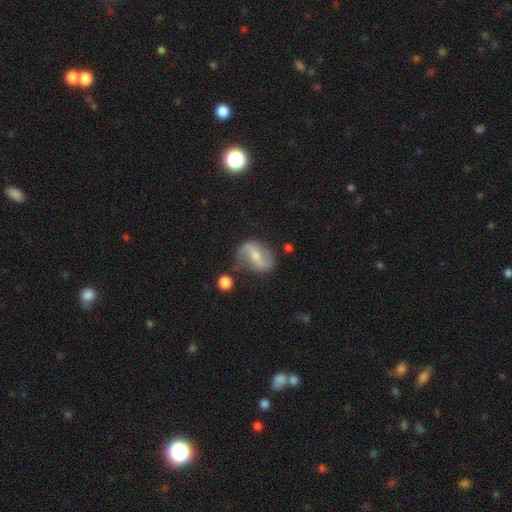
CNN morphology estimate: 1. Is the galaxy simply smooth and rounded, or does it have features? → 71% featured or disk, 22% smooth, 7% star or artifact.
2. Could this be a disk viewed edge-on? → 96% no, 4% yes.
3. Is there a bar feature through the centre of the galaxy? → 44% weak, 32% strong, 24% no.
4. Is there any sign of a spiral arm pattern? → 89% yes, 11% no.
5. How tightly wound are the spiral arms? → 63% loose, 28% medium, 9% tight.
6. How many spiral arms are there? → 88% 2, 5% can't tell, 5% 1, 1% 3, 1% 4, 1% more than 4.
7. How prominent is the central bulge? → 48% moderate, 38% small, 7% none, 5% large, 1% dominant.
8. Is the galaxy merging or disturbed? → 66% none, 21% minor disturbance, 9% major disturbance, 5% merger.